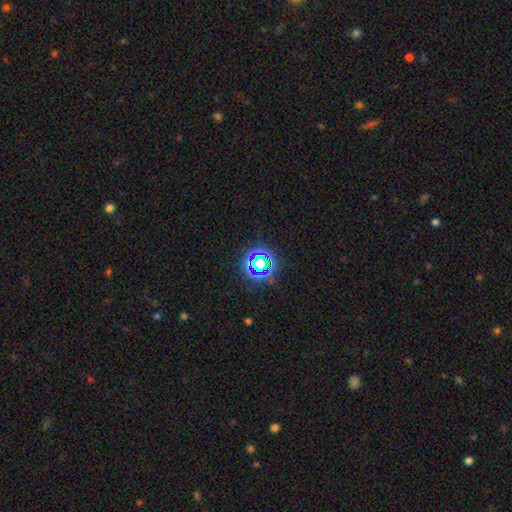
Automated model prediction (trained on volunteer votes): This appears to be a star or artifact, not a galaxy (67%).